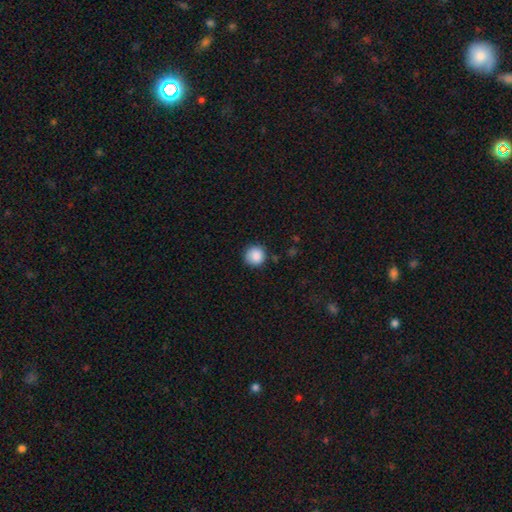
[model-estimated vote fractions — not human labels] Smooth or featured?
  - smooth: 88% *
  - star or artifact: 9%
  - featured or disk: 4%
How rounded?
  - round: 94% *
  - in between: 5%
  - cigar-shaped: 1%
Merging?
  - none: 85% *
  - minor disturbance: 11%
  - major disturbance: 3%
  - merger: 2%